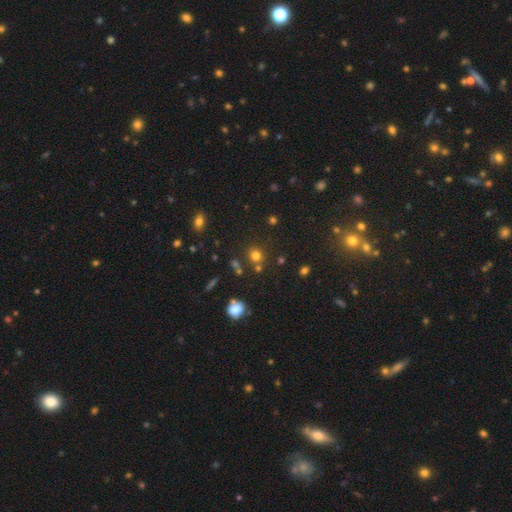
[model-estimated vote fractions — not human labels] smooth_or_featured: smooth (p=0.72) [alt: star or artifact p=0.20]
how_rounded: round (p=0.86) [alt: in between p=0.13]
merging: none (p=0.76) [alt: merger p=0.11]